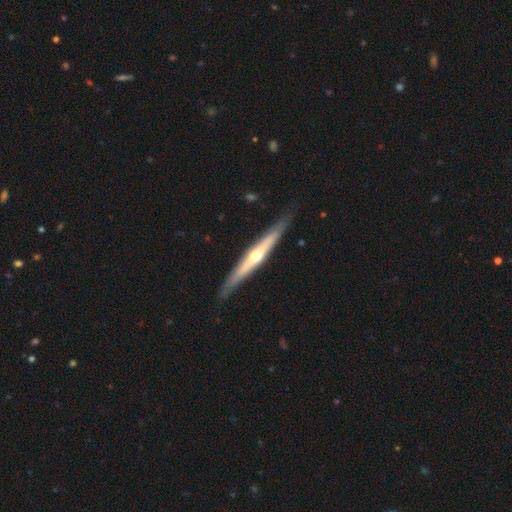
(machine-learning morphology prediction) type=featured or disk (70%); edge-on=yes (96%); edge-on bulge=rounded (85%); merging=none (88%).